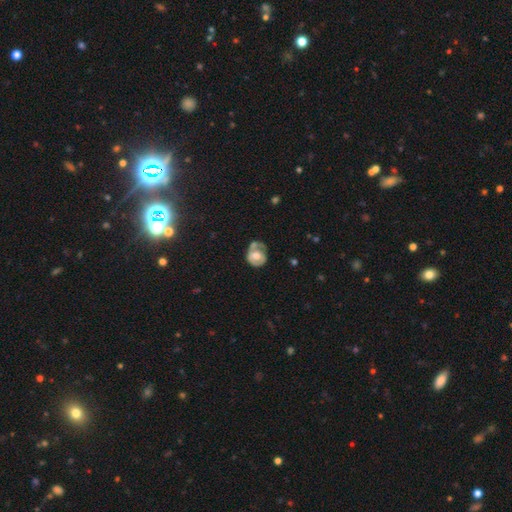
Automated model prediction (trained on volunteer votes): Smooth or featured? Predicted: featured or disk (p=0.52). Edge-on disk? Predicted: no (p=0.97). Merging? Predicted: none (p=0.40).